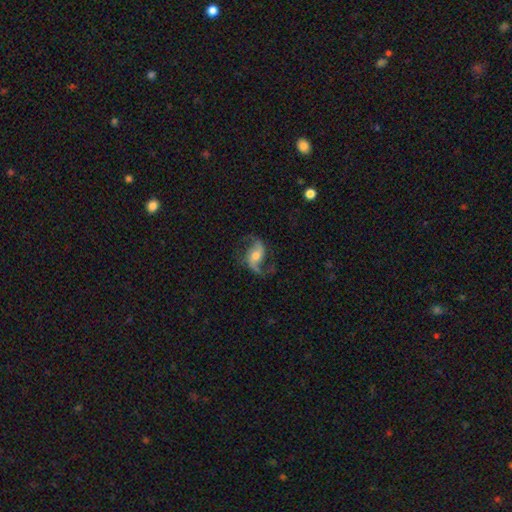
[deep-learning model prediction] A featured or disk galaxy (85%) with a weak bar (40%), 2 (92%) loose (69%) spiral arms (96%) and a moderate central bulge (63%). Merging: none (72%).